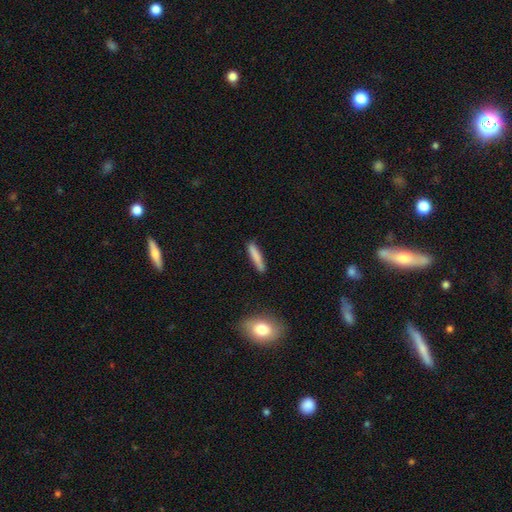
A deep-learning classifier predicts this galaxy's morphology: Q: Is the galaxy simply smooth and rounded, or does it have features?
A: smooth — 81%.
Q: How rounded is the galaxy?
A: cigar-shaped — 90%.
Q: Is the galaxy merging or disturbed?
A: none — 82%.